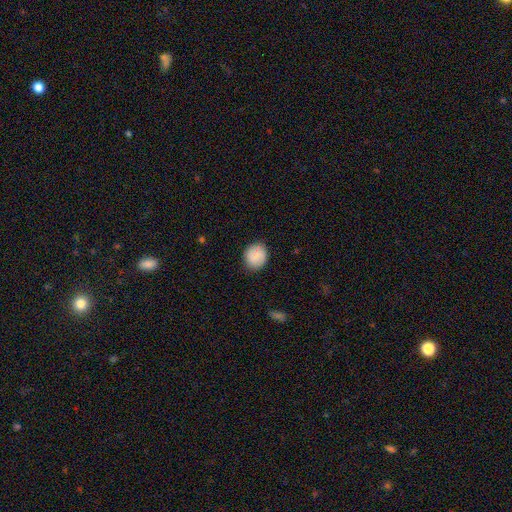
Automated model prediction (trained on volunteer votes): A smooth galaxy with no disk features (86%) that is round (73%). Merging: none (84%).